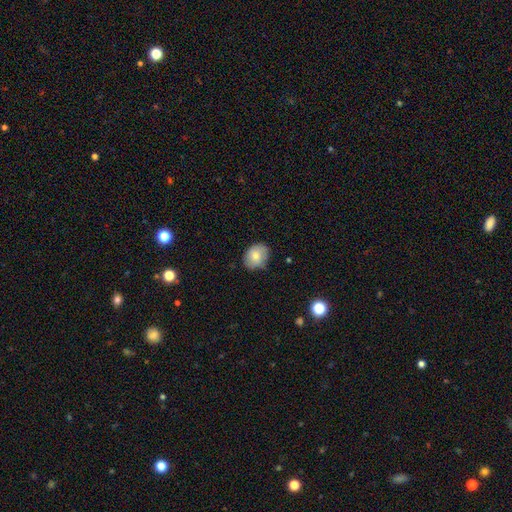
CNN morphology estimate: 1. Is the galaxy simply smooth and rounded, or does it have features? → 77% smooth, 15% featured or disk, 8% star or artifact.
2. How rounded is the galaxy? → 52% in between, 47% round, 1% cigar-shaped.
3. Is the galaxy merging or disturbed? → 76% none, 20% minor disturbance, 3% major disturbance, 1% merger.